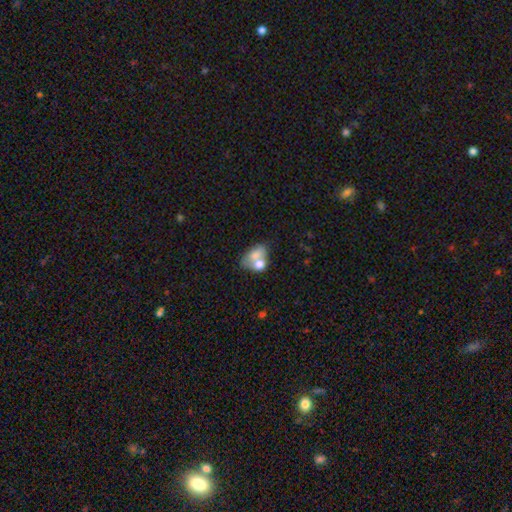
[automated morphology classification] smooth_or_featured: smooth (p=0.66) [alt: featured or disk p=0.25]
how_rounded: in between (p=0.77) [alt: round p=0.22]
merging: merger (p=0.56) [alt: none p=0.24]